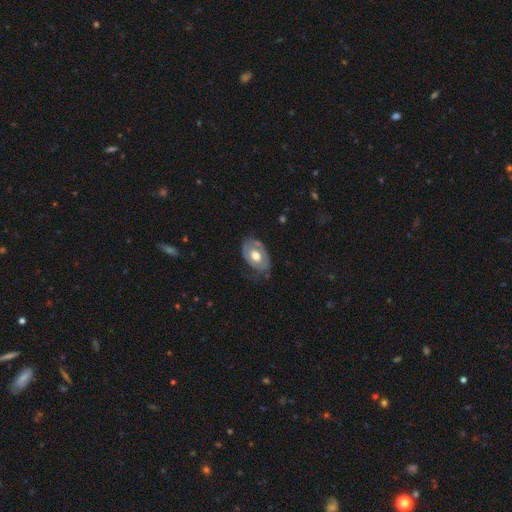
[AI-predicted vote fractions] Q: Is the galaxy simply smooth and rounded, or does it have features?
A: featured or disk — 54%.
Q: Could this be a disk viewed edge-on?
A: no — 92%.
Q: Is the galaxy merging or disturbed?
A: none — 59%.